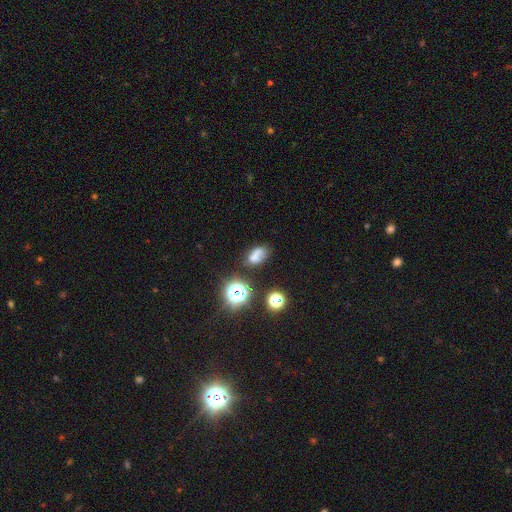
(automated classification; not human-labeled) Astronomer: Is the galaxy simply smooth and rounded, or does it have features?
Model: smooth — 63%.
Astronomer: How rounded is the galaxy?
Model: in between — 78%.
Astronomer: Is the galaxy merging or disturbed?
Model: none — 56%.